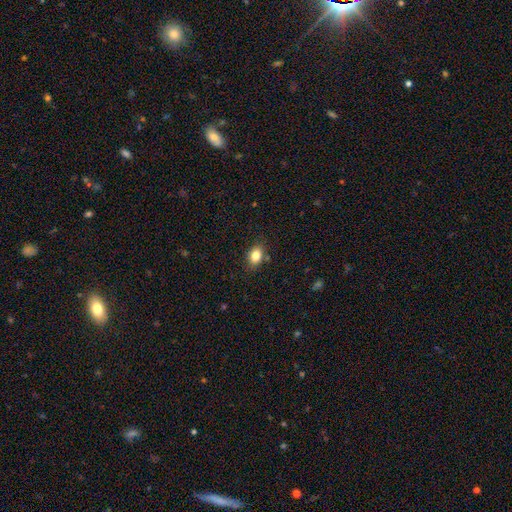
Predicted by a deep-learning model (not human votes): Morphology: type=smooth (82%); roundness=in between (76%); merging=none (83%).